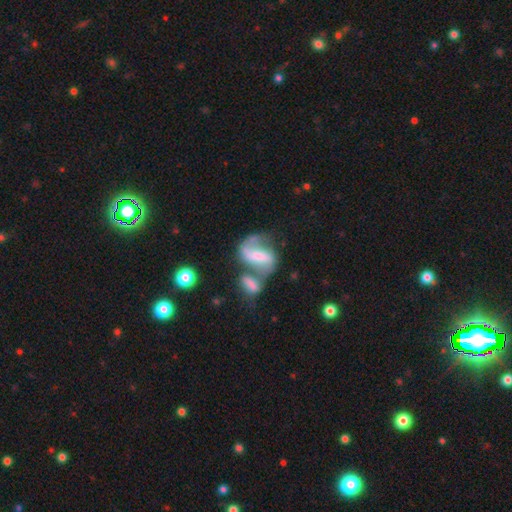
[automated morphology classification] smooth_or_featured: featured or disk (p=0.79) [alt: smooth p=0.14]
disk_edge_on: no (p=0.96) [alt: yes p=0.04]
bar: strong (p=0.46) [alt: weak p=0.35]
has_spiral_arms: yes (p=0.91) [alt: no p=0.09]
spiral_winding: loose (p=0.48) [alt: medium p=0.41]
spiral_arm_count: 2 (p=0.87) [alt: 1 p=0.05]
bulge_size: small (p=0.42) [alt: moderate p=0.38]
merging: merger (p=0.39) [alt: none p=0.37]